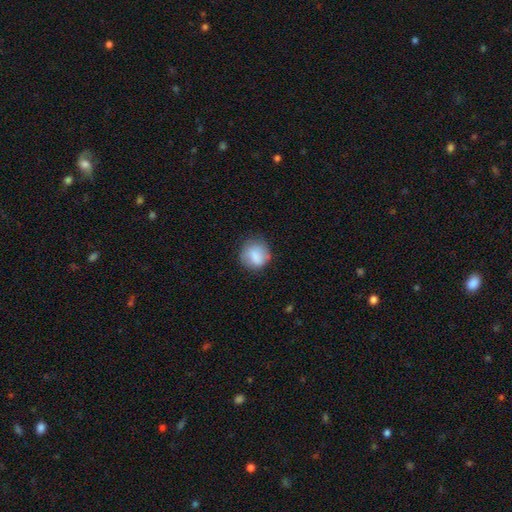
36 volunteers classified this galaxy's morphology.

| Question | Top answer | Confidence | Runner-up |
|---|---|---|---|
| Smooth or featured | smooth | 92% | featured or disk (8%) |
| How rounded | round | 94% | in between (6%) |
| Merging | none | 69% | minor disturbance (11%) |